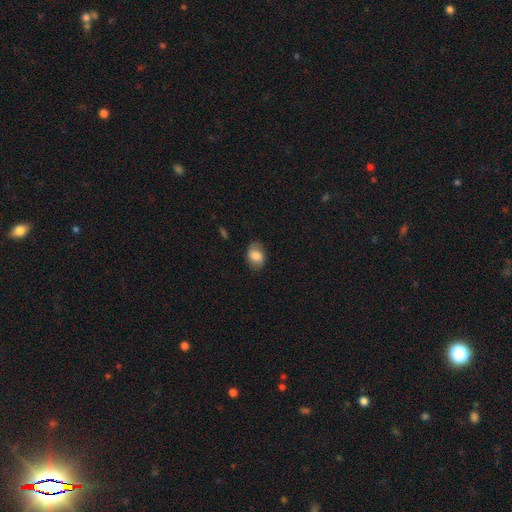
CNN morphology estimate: Smooth or featured?
  - smooth: 76% *
  - featured or disk: 16%
  - star or artifact: 8%
How rounded?
  - in between: 72% *
  - round: 27%
  - cigar-shaped: 1%
Merging?
  - none: 76% *
  - minor disturbance: 18%
  - major disturbance: 5%
  - merger: 1%